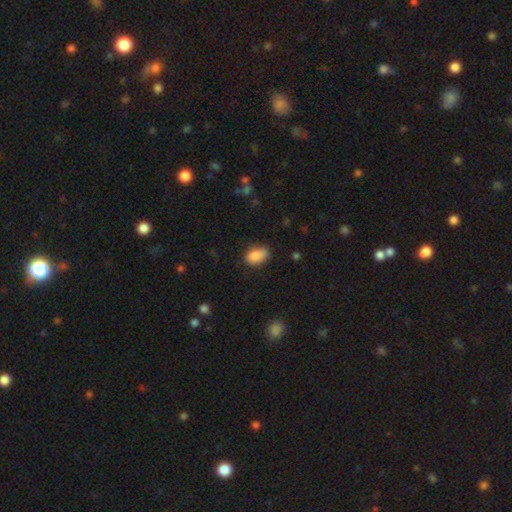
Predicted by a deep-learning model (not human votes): This is clearly a smooth galaxy (88%). How rounded: clearly in between (90%). Merging: likely none (74%).